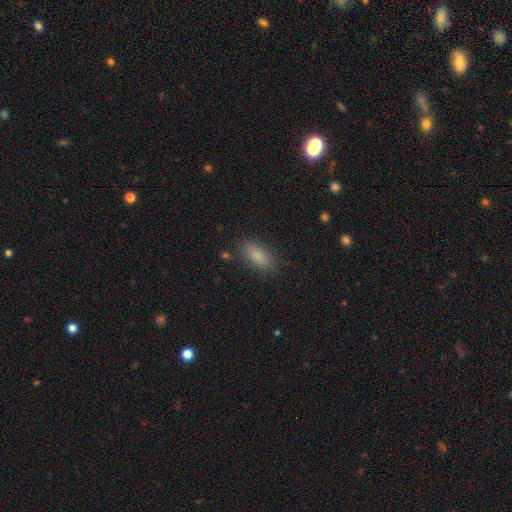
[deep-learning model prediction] Q: Smooth or featured?
A: smooth (82%); runner-up: star or artifact (11%)
Q: How rounded?
A: in between (80%); runner-up: cigar-shaped (16%)
Q: Merging?
A: none (87%); runner-up: minor disturbance (9%)